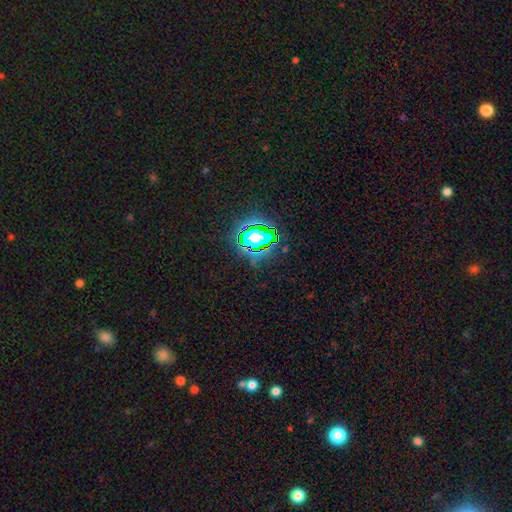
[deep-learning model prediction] This appears to be a star or artifact, not a galaxy (78%).